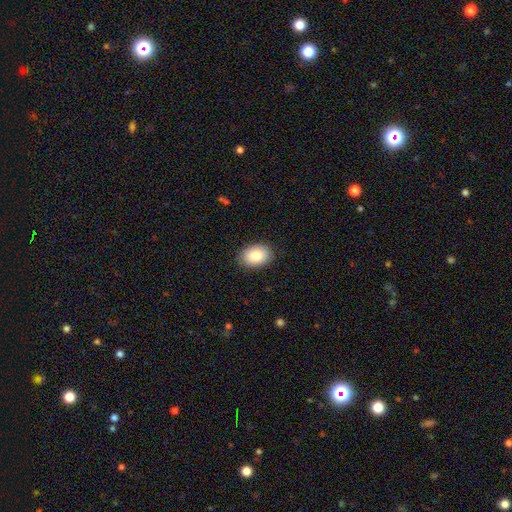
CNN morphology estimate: This appears to be a smooth galaxy with no disk features (84%) that is in between round and cigar-shaped (83%). Merging: none (88%).